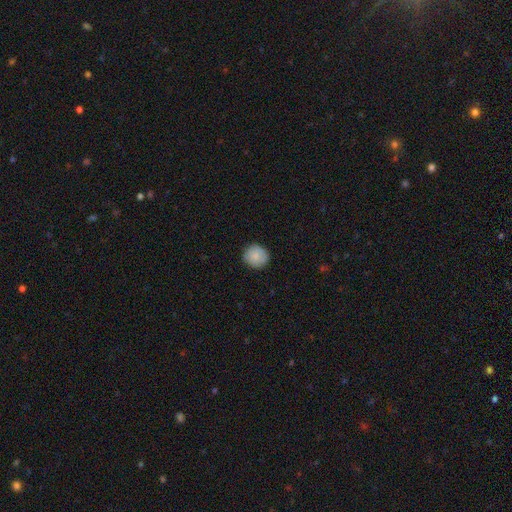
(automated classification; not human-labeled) smooth-or-featured: smooth: 86% | featured or disk: 7% | star or artifact: 7%
  how-rounded: round: 88% | in between: 11% | cigar-shaped: 1%
  merging: none: 87% | minor disturbance: 10% | major disturbance: 2% | merger: 1%